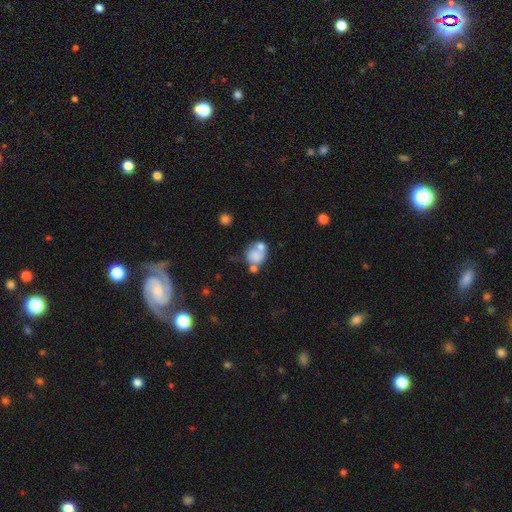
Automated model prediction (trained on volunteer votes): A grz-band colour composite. It shows a smooth galaxy with no disk features (72%) that is round (67%). Merging: none (38%, tied with merger).